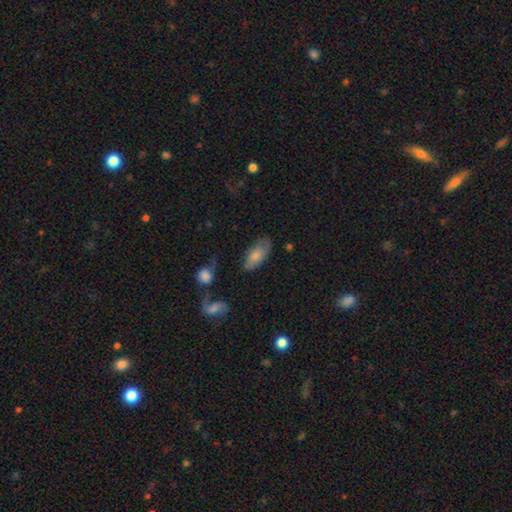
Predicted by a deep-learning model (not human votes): smooth_or_featured: smooth (p=0.75) [alt: featured or disk p=0.18]
how_rounded: in between (p=0.87) [alt: cigar-shaped p=0.10]
merging: none (p=0.66) [alt: minor disturbance p=0.24]